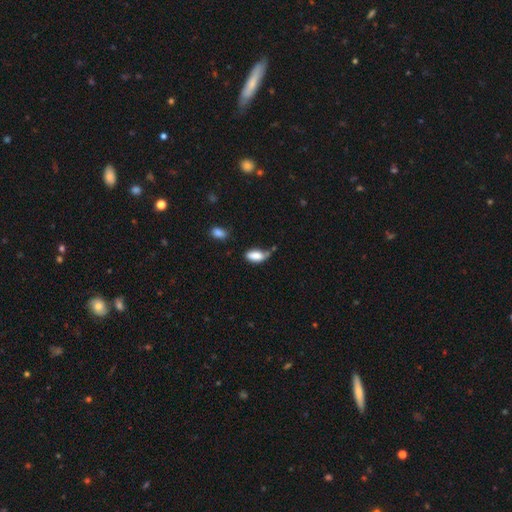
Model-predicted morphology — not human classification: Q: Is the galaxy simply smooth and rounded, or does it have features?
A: smooth — 83%.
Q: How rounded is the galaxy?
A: in between — 90%.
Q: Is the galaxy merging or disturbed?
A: none — 42%.